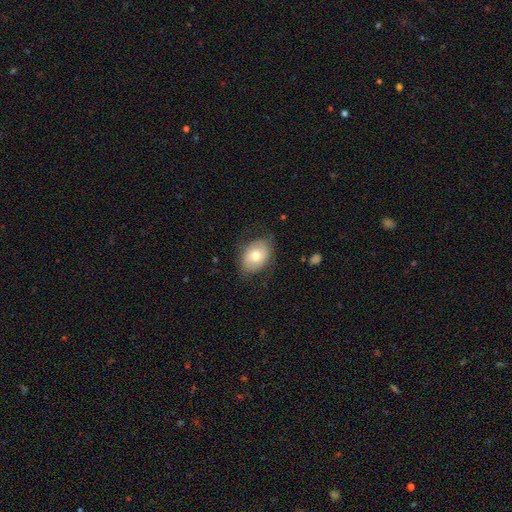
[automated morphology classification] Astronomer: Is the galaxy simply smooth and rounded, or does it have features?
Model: smooth — 70%.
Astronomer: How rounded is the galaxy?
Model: in between — 75%.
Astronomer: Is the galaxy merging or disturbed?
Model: none — 71%.